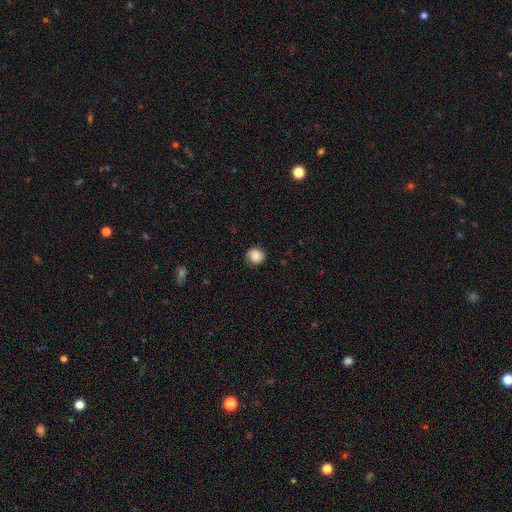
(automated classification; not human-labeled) Smooth or featured: smooth — 74% (featured or disk — 17%)
How rounded: round — 84% (in between — 15%)
Merging: none — 76% (minor disturbance — 18%)